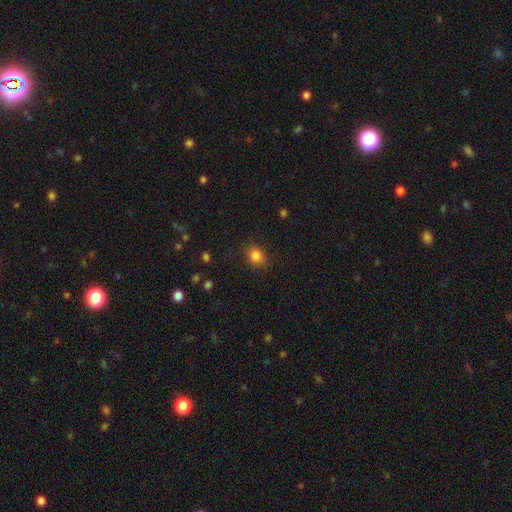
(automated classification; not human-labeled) A smooth galaxy with no disk features (83%) that is round (51%). Merging: none (84%).